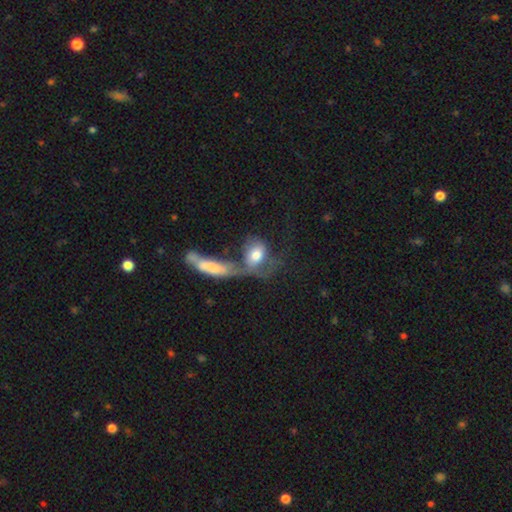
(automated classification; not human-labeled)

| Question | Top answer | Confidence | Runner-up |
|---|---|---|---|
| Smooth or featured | smooth | 62% | featured or disk (30%) |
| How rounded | in between | 65% | round (28%) |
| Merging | merger | 58% | none (16%) |